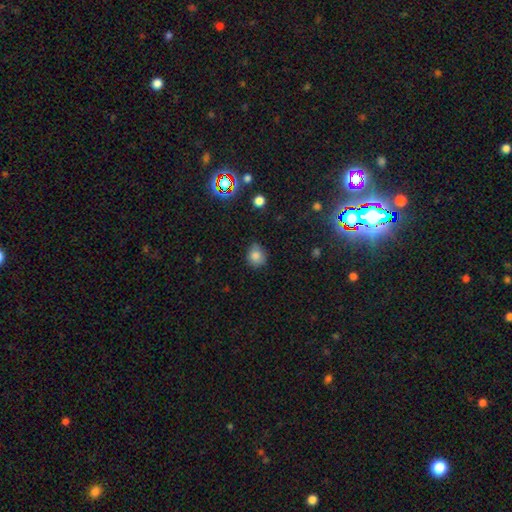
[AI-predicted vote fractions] Q: Smooth or featured?
A: smooth (81%); runner-up: star or artifact (12%)
Q: How rounded?
A: round (68%); runner-up: in between (31%)
Q: Merging?
A: none (70%); runner-up: minor disturbance (24%)